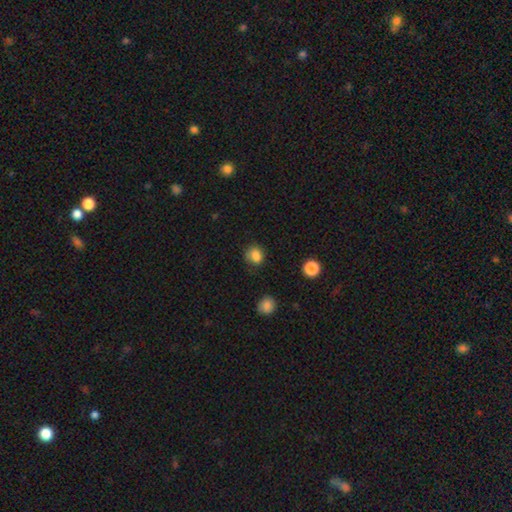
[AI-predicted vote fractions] Smooth or featured? Predicted: smooth (p=0.83). How rounded? Predicted: round (p=0.67). Merging? Predicted: none (p=0.66).